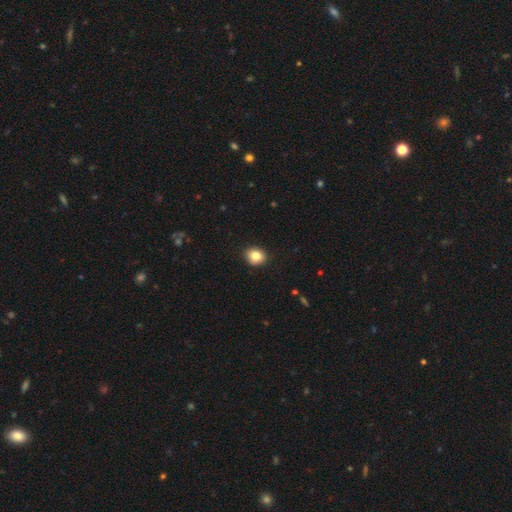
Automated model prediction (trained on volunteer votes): Smooth or featured: smooth — 84% (star or artifact — 10%)
How rounded: round — 68% (in between — 31%)
Merging: none — 90% (minor disturbance — 7%)